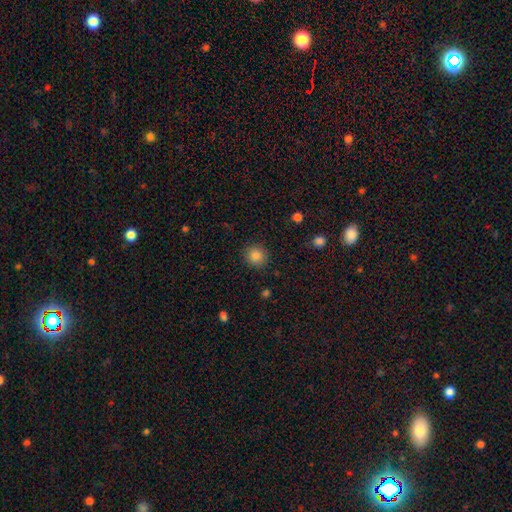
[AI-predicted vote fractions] The model was most divided on "smooth or featured": smooth: 85%, star or artifact: 11%, featured or disk: 4%. More confident: how rounded — round (91%); merging — none (90%).